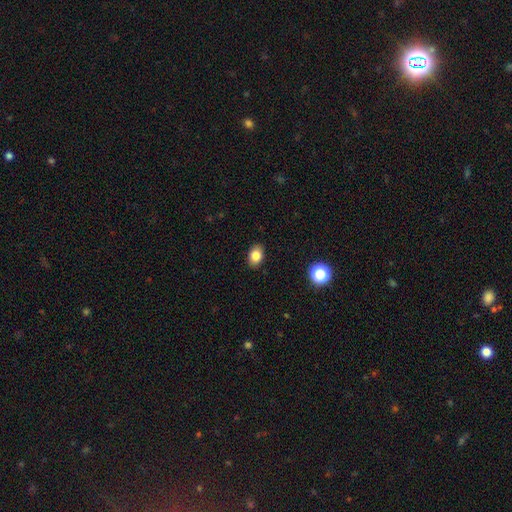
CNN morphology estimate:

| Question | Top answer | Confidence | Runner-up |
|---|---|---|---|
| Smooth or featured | smooth | 83% | star or artifact (10%) |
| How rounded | in between | 78% | round (21%) |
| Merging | none | 89% | minor disturbance (8%) |